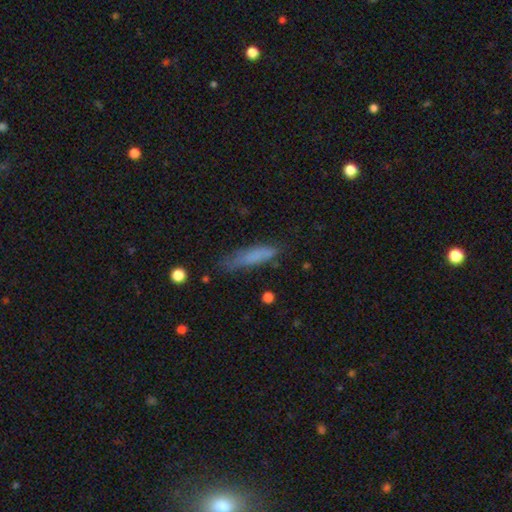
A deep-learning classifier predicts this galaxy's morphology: A smooth galaxy with no disk features (75%) that is cigar-shaped (79%). Merging: none (65%).